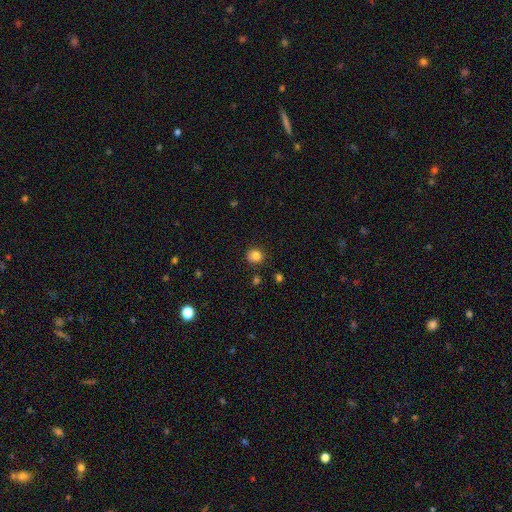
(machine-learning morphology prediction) smooth 82%, star or artifact 11%, featured or disk 6%. Down the decision tree: how rounded — round (81%); merging — none (80%).